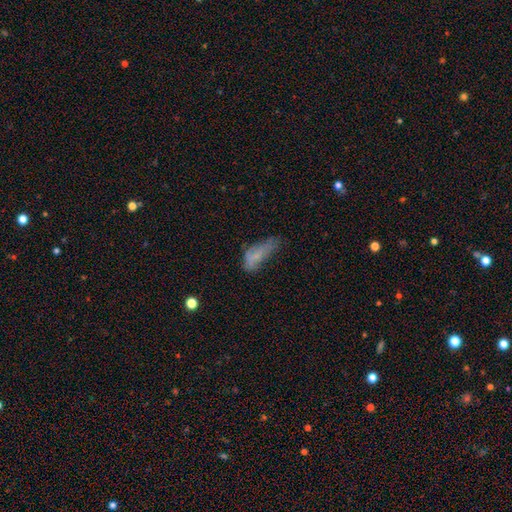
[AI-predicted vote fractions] Smooth or featured? Predicted: smooth (p=0.63). How rounded? Predicted: in between (p=0.74). Merging? Predicted: minor disturbance (p=0.35).